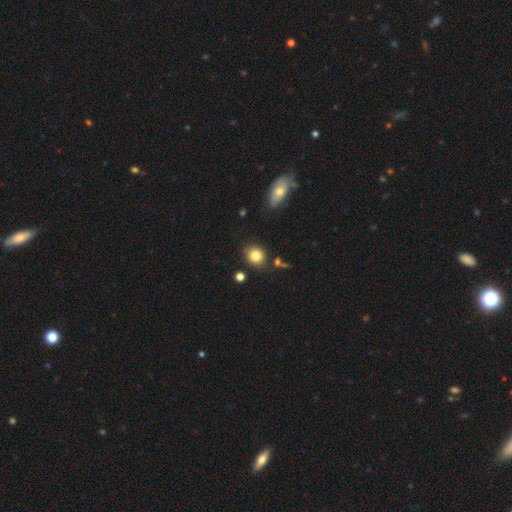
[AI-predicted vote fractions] Q: Smooth or featured?
A: smooth (83%); runner-up: star or artifact (10%)
Q: How rounded?
A: round (76%); runner-up: in between (23%)
Q: Merging?
A: none (80%); runner-up: minor disturbance (12%)